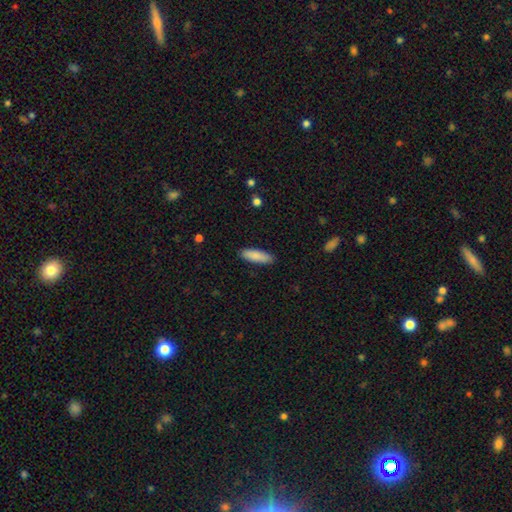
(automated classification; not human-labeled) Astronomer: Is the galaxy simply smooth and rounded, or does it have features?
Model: smooth — 87%.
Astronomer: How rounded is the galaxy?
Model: cigar-shaped — 52% (runner-up: in between, 47%).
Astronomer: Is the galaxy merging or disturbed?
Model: none — 88%.